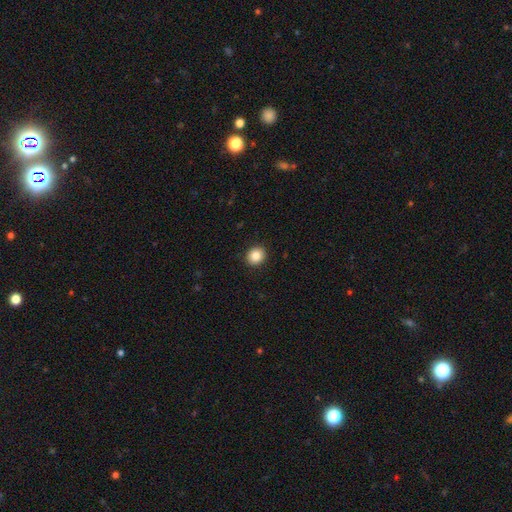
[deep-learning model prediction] smooth 85%, star or artifact 9%, featured or disk 6%. Down the decision tree: how rounded — round (79%); merging — none (92%).